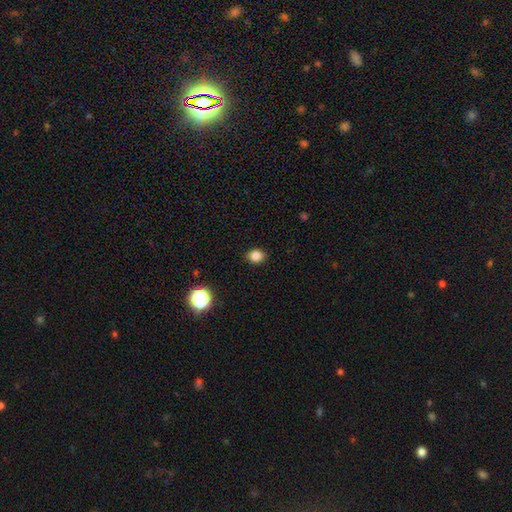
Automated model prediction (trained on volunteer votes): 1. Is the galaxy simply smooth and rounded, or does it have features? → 83% smooth, 12% star or artifact, 5% featured or disk.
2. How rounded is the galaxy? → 56% round, 43% in between, 1% cigar-shaped.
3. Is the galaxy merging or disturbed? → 89% none, 8% minor disturbance, 2% major disturbance, 1% merger.